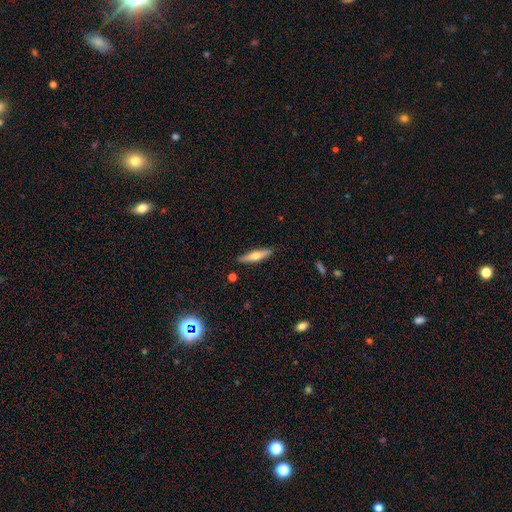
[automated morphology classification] This is possibly a smooth galaxy (51%). How rounded: likely cigar-shaped (80%). Merging: clearly none (88%).